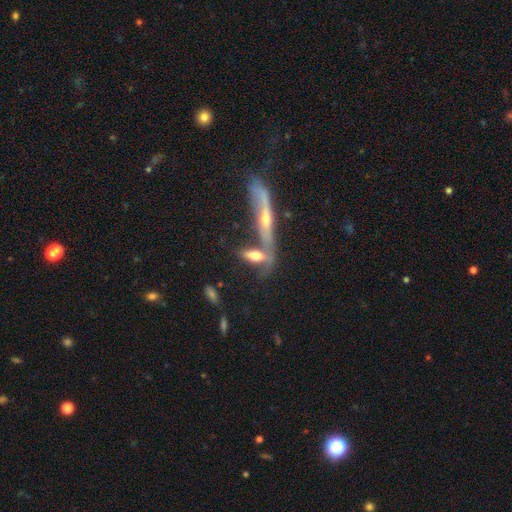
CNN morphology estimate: A smooth galaxy with no disk features (53%) that is in between round and cigar-shaped (58%). Merging: merger (47%).